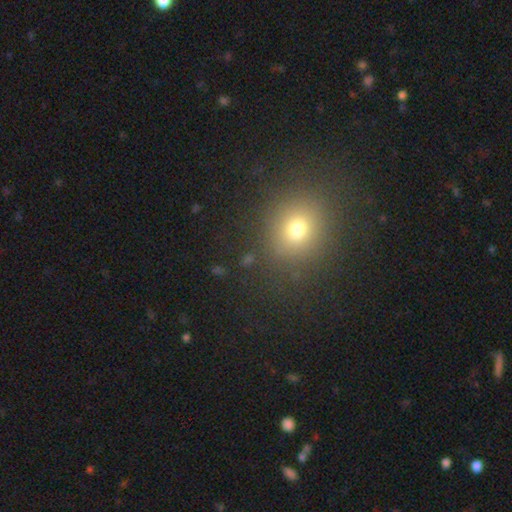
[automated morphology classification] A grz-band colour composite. It shows a smooth galaxy with no disk features (65%) that is round (79%). Merging: none (91%).